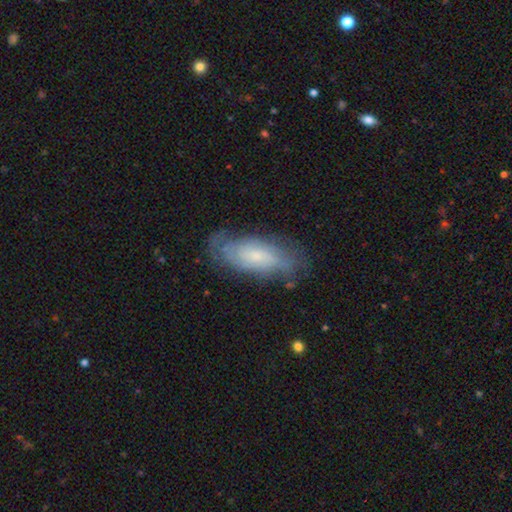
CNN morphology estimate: Q: Smooth or featured?
A: featured or disk (57%); runner-up: smooth (35%)
Q: Edge-on disk?
A: no (87%); runner-up: yes (13%)
Q: Merging?
A: none (69%); runner-up: minor disturbance (22%)